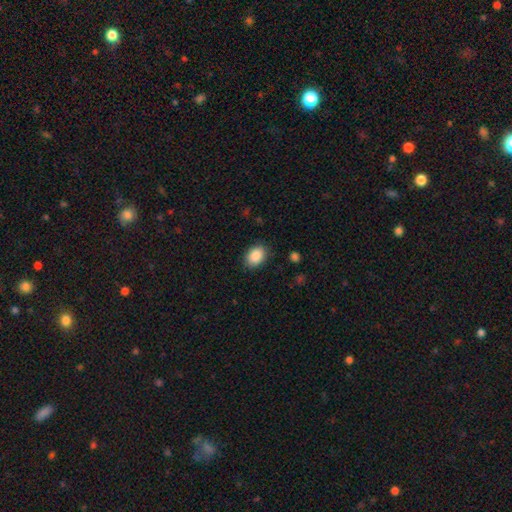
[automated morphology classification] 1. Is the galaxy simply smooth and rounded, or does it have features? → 89% smooth, 7% star or artifact, 4% featured or disk.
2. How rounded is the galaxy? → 77% in between, 22% round, 1% cigar-shaped.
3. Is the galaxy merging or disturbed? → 86% none, 10% minor disturbance, 3% major disturbance, 1% merger.